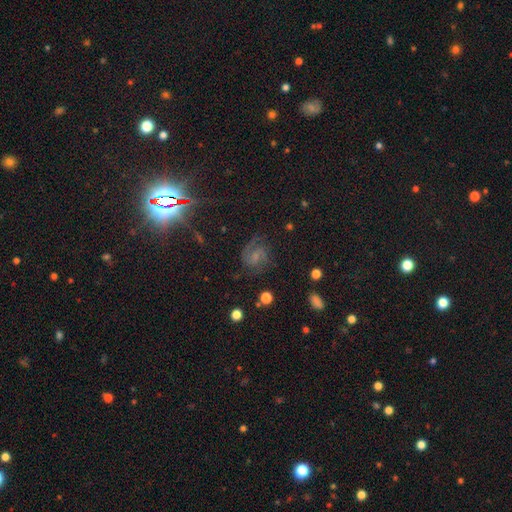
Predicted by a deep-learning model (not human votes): A featured or disk galaxy (69%) with a weak bar (49%), 2 (78%) medium (54%) spiral arms (95%) and a small central bulge (45%).

Vote fractions:
- Smooth or featured? featured or disk: 69% / star or artifact: 16% / smooth: 15%
- Edge-on disk? no: 98% / yes: 2%
- Bar? weak: 49% / no: 38% / strong: 13%
- Spiral arms? yes: 95% / no: 5%
- Spiral winding? medium: 54% / tight: 28% / loose: 18%
- Spiral arm count? 2: 78% / can't tell: 8% / 1: 7% / 3: 4% / 4: 2% / more than 4: 2%
- Bulge size? small: 45% / none: 28% / moderate: 23% / large: 3% / dominant: 1%
- Merging? none: 70% / minor disturbance: 17% / major disturbance: 11% / merger: 2%